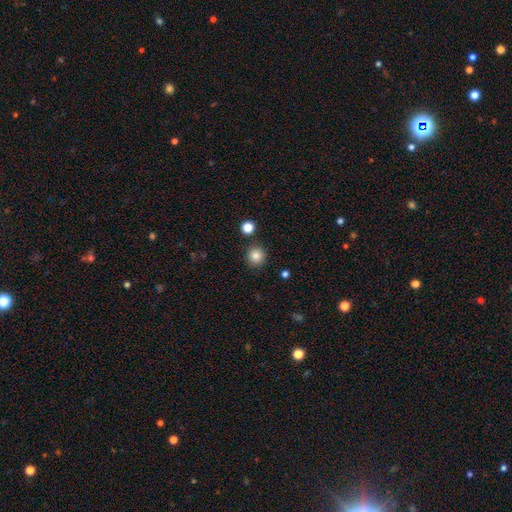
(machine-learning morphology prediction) A smooth galaxy with no disk features (84%) that is round (94%).

Vote fractions:
- Smooth or featured? smooth: 84% / star or artifact: 11% / featured or disk: 5%
- How rounded? round: 94% / in between: 5% / cigar-shaped: 1%
- Merging? none: 88% / minor disturbance: 6% / merger: 4% / major disturbance: 2%